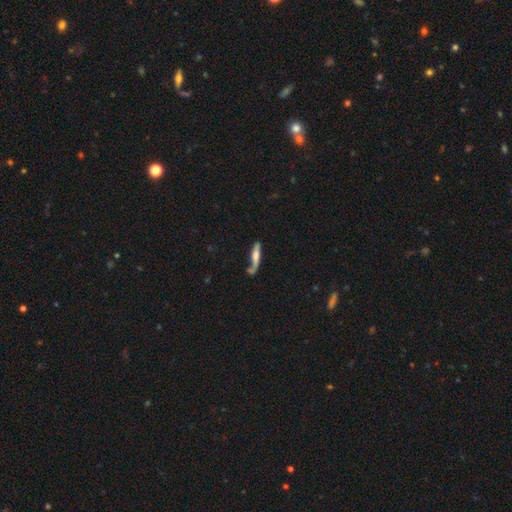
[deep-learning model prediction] Smooth or featured?
  - smooth: 47% *
  - featured or disk: 46%
  - star or artifact: 7%
Merging?
  - none: 48% *
  - minor disturbance: 23%
  - merger: 15%
  - major disturbance: 14%